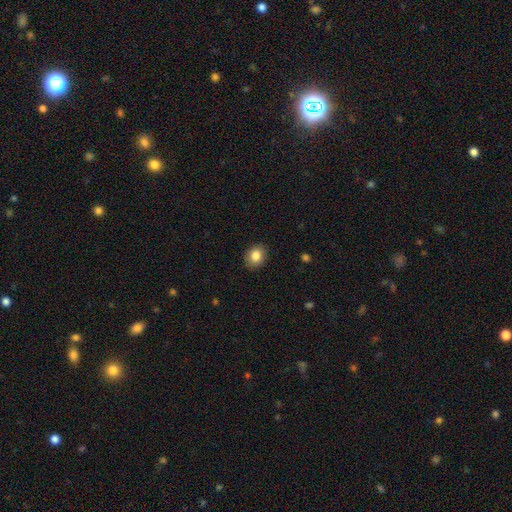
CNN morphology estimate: Q: Smooth or featured?
A: smooth (85%); runner-up: star or artifact (9%)
Q: How rounded?
A: round (59%); runner-up: in between (40%)
Q: Merging?
A: none (88%); runner-up: minor disturbance (9%)